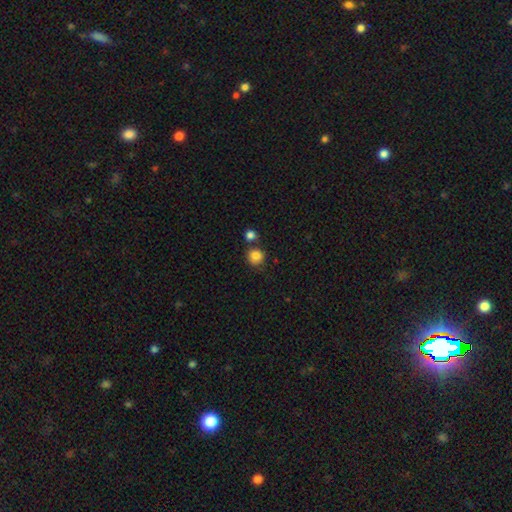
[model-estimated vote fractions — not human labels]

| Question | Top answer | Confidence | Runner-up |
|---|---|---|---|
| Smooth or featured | smooth | 84% | star or artifact (10%) |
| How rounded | round | 89% | in between (10%) |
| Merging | none | 71% | merger (14%) |